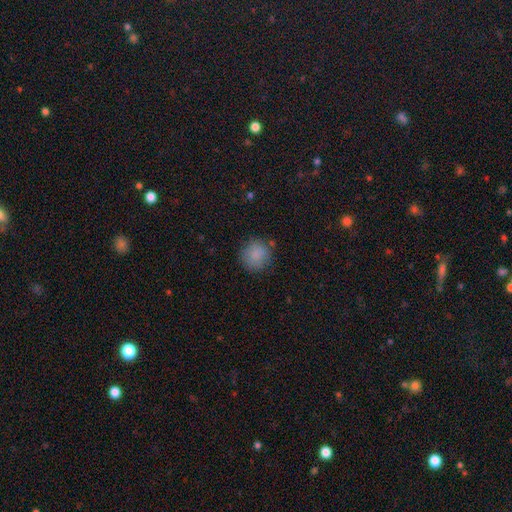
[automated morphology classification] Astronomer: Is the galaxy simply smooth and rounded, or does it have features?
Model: smooth — 85%.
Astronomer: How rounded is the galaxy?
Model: round — 90%.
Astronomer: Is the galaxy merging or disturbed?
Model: none — 81%.